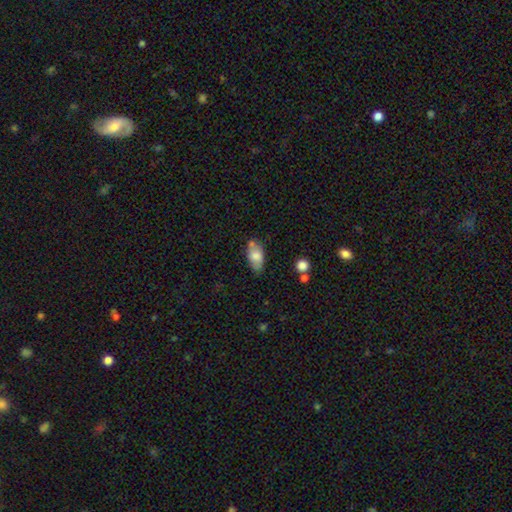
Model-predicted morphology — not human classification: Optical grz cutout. It shows a smooth galaxy with no disk features (75%) that is in between round and cigar-shaped (91%). Merging: none (60%).